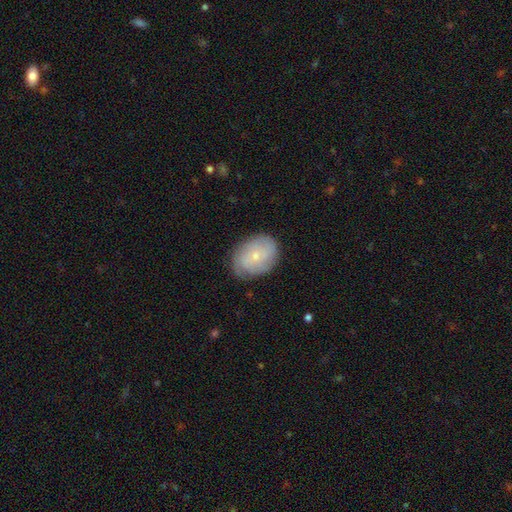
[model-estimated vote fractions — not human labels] Smooth or featured? Predicted: featured or disk (p=0.51). Edge-on disk? Predicted: no (p=0.96). Merging? Predicted: none (p=0.75).